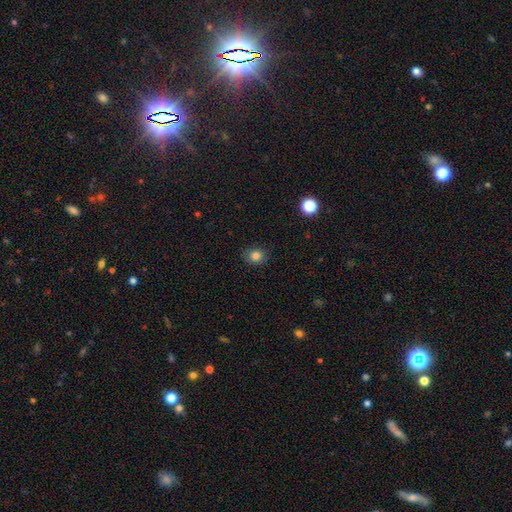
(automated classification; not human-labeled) A smooth galaxy with no disk features (82%) that is round (76%).

Vote fractions:
- Smooth or featured? smooth: 82% / star or artifact: 12% / featured or disk: 5%
- How rounded? round: 76% / in between: 23% / cigar-shaped: 1%
- Merging? none: 86% / minor disturbance: 10% / major disturbance: 3% / merger: 1%